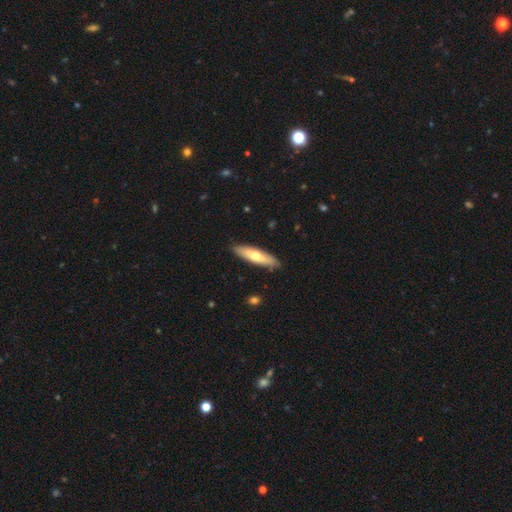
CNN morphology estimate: smooth 59%, featured or disk 36%, star or artifact 5%. Down the decision tree: how rounded — cigar-shaped (69%); merging — none (87%).